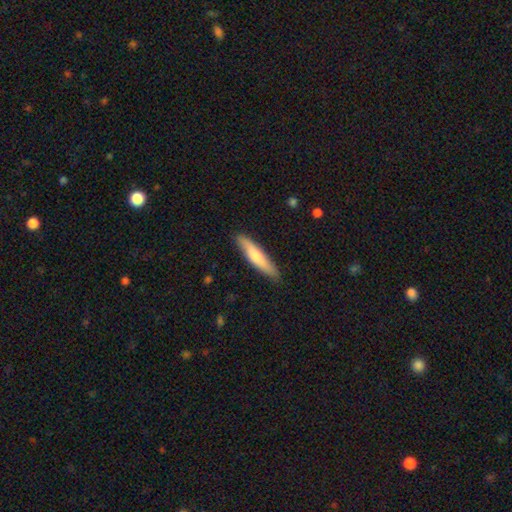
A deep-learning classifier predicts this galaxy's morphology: A smooth galaxy with no disk features (68%) that is cigar-shaped (86%). Merging: none (88%).